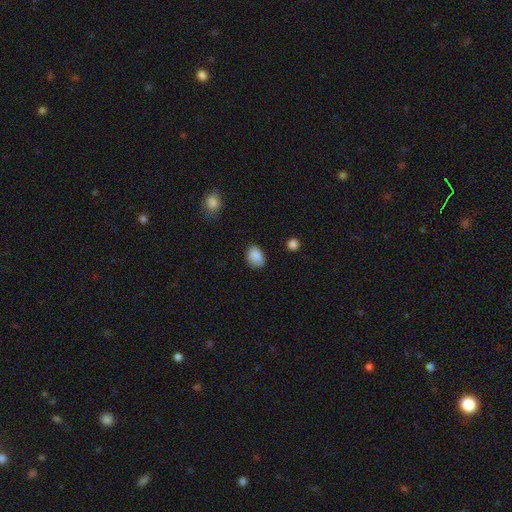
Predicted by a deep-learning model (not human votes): This is clearly a smooth galaxy (87%). How rounded: likely in between (78%). Merging: likely none (71%).